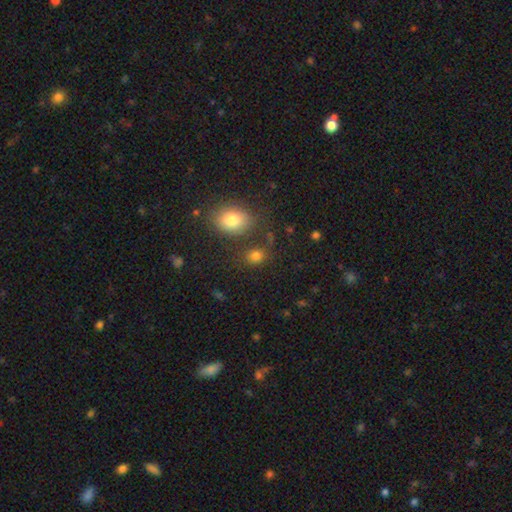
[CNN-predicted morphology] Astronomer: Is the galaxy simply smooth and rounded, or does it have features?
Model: smooth — 79%.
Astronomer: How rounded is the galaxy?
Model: round — 53% (runner-up: in between, 45%).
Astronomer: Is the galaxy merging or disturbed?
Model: none — 74%.